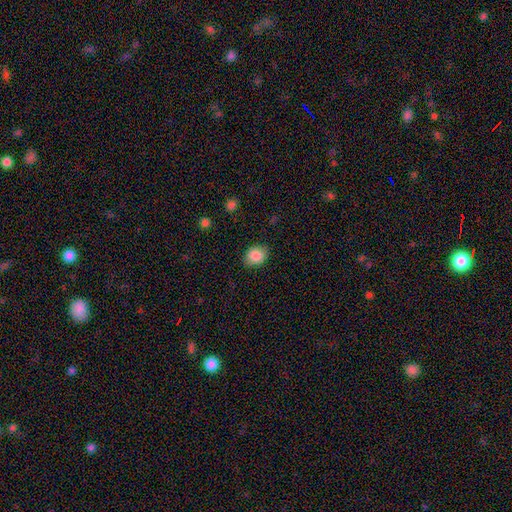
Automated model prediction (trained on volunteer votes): Smooth or featured: smooth — 86% (star or artifact — 8%)
How rounded: in between — 56% (round — 43%)
Merging: none — 82% (minor disturbance — 14%)